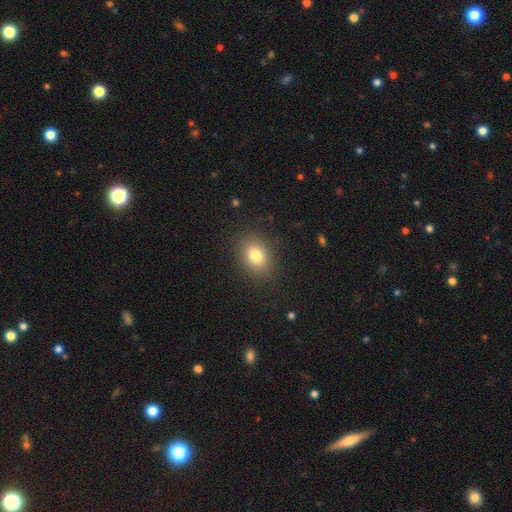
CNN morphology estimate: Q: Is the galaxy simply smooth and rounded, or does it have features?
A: smooth — 80%.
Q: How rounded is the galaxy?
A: in between — 65%.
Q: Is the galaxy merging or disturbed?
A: none — 87%.